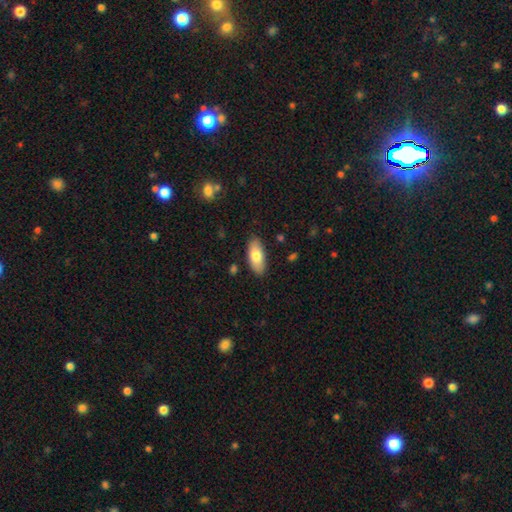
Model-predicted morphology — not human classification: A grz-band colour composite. It shows a smooth galaxy with no disk features (77%) that is in between round and cigar-shaped (86%). Merging: none (87%).